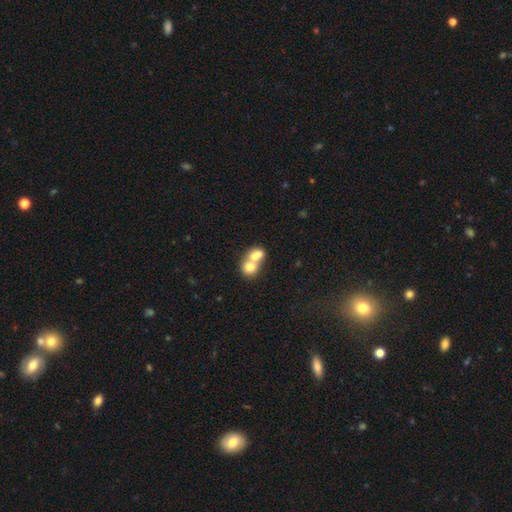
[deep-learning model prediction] The model was most divided on "how rounded": round: 64%, in between: 35%, cigar-shaped: 1%. More confident: merging — merger (73%); smooth or featured — smooth (68%).